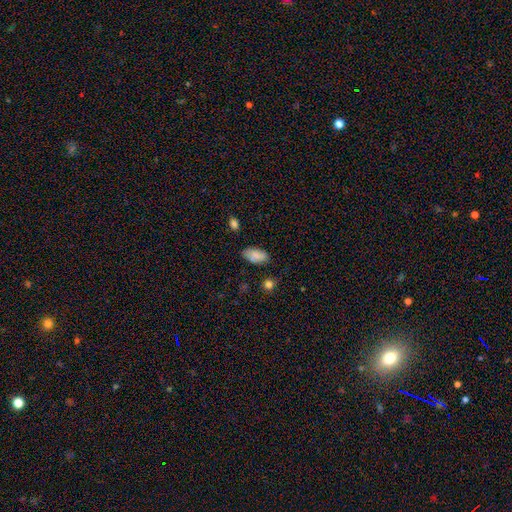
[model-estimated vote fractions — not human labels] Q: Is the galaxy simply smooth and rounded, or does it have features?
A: smooth — 83%.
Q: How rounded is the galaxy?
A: in between — 93%.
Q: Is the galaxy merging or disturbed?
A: none — 79%.